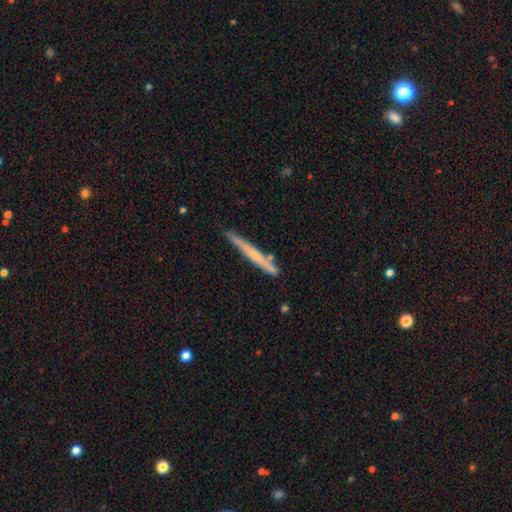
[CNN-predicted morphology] This appears to be a featured or disk galaxy (51%) viewed edge-on (95%). Merging: none (80%).